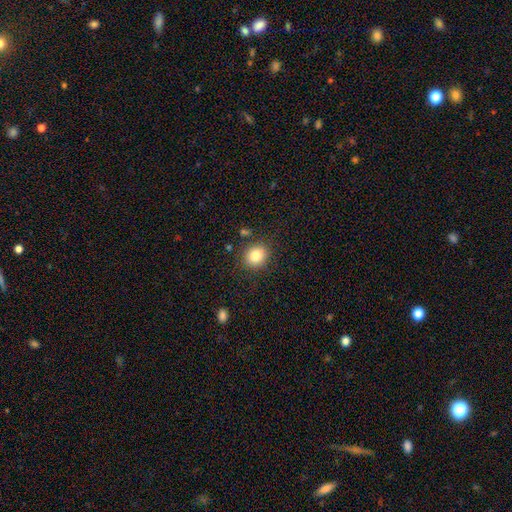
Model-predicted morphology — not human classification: Smooth or featured? smooth (84%)
How rounded? round (71%)
Merging? none (84%)